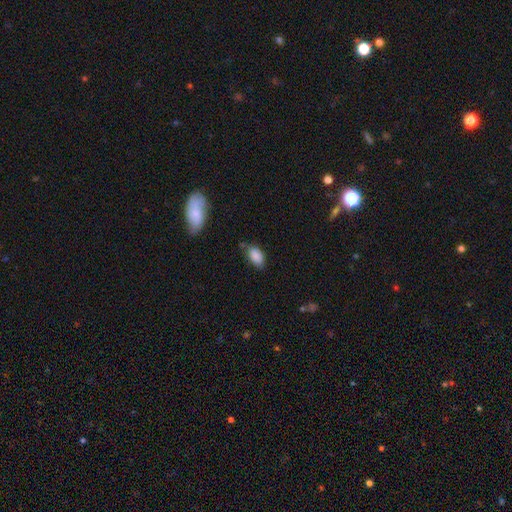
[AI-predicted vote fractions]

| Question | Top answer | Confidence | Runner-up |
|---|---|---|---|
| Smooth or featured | smooth | 87% | star or artifact (8%) |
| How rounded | in between | 92% | round (5%) |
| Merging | none | 62% | minor disturbance (29%) |